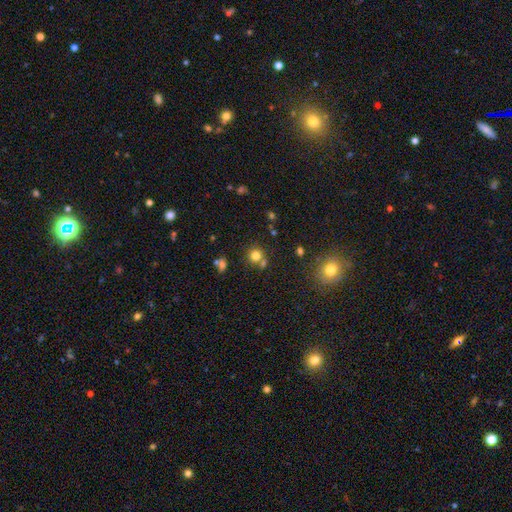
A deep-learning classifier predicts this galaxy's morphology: The model was most divided on "merging": none: 65%, merger: 22%, minor disturbance: 9%, major disturbance: 4%. More confident: how rounded — round (89%); smooth or featured — smooth (77%).